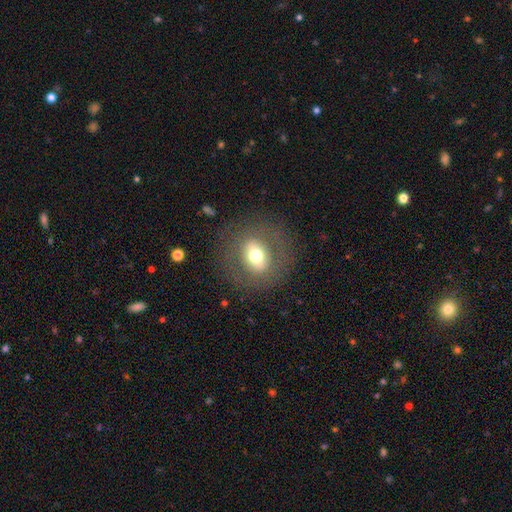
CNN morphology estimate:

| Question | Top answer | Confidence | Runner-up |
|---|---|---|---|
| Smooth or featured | smooth | 53% | featured or disk (37%) |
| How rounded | round | 65% | in between (34%) |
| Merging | none | 81% | minor disturbance (11%) |